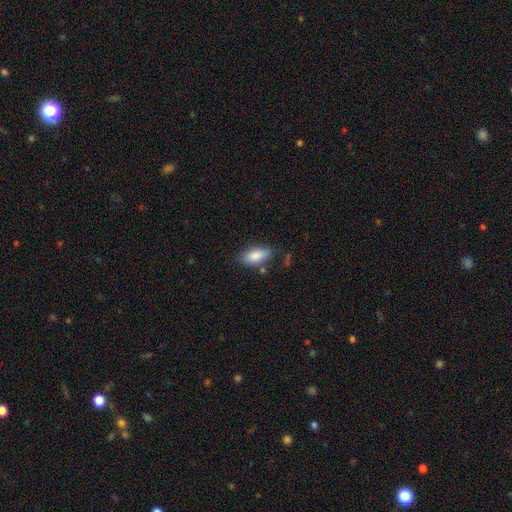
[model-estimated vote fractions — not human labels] The model was most divided on "merging": none: 73%, minor disturbance: 19%, major disturbance: 4%, merger: 4%. More confident: how rounded — in between (86%); smooth or featured — smooth (84%).